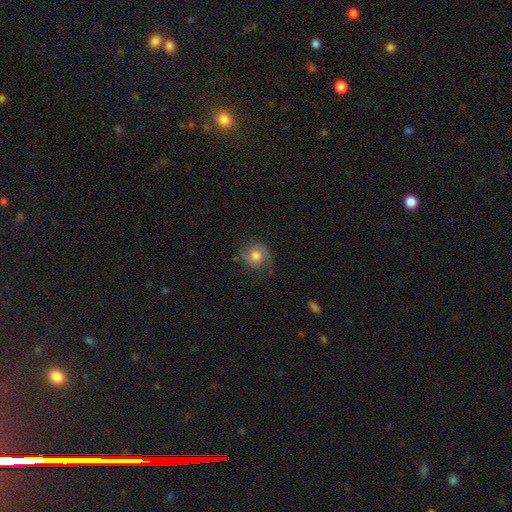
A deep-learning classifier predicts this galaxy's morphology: type=smooth (59%); roundness=round (78%); merging=none (65%).